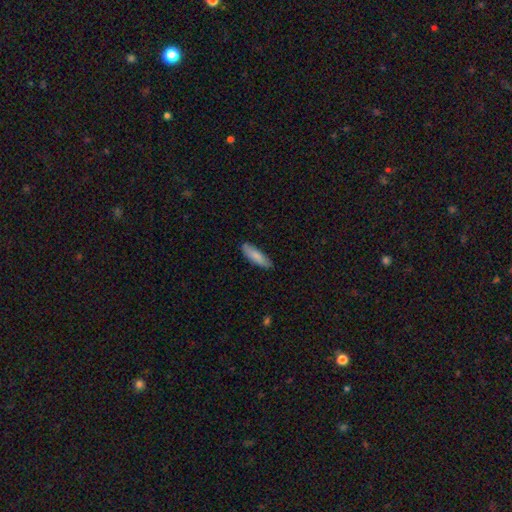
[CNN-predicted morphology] smooth 84%, featured or disk 10%, star or artifact 6%. Down the decision tree: how rounded — cigar-shaped (56%); merging — none (82%).